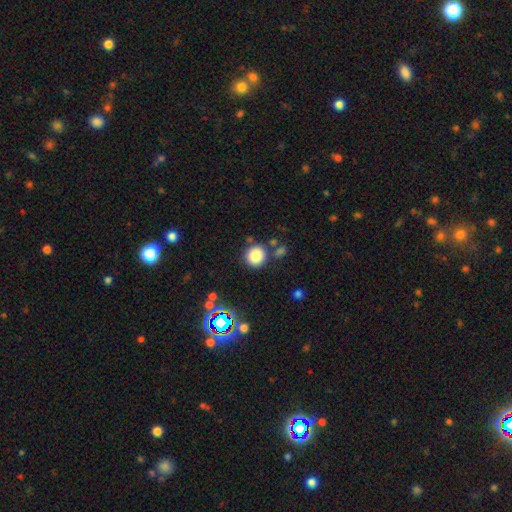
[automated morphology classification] smooth-or-featured: smooth: 81% | star or artifact: 12% | featured or disk: 6%
  how-rounded: round: 90% | in between: 9% | cigar-shaped: 1%
  merging: none: 80% | minor disturbance: 9% | merger: 7% | major disturbance: 3%